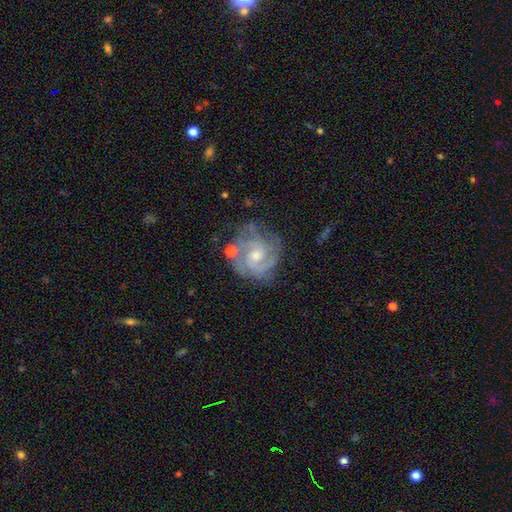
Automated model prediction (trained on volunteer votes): Q: Smooth or featured?
A: featured or disk (83%); runner-up: smooth (10%)
Q: Edge-on disk?
A: no (98%); runner-up: yes (2%)
Q: Bar?
A: no (58%); runner-up: weak (36%)
Q: Spiral arms?
A: yes (94%); runner-up: no (6%)
Q: Spiral winding?
A: tight (57%); runner-up: medium (35%)
Q: Spiral arm count?
A: 2 (33%); runner-up: 3 (26%)
Q: Bulge size?
A: moderate (55%); runner-up: small (36%)
Q: Merging?
A: none (67%); runner-up: minor disturbance (20%)